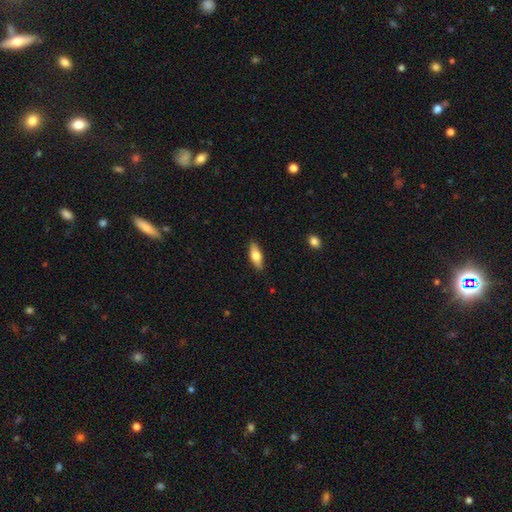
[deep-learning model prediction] smooth 65%, featured or disk 29%, star or artifact 6%. Down the decision tree: how rounded — in between (63%); merging — none (88%).